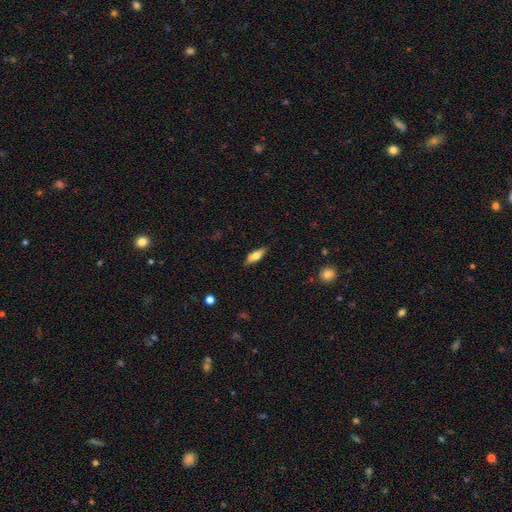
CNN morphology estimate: A smooth galaxy with no disk features (55%) that is in between round and cigar-shaped (50%).

Vote fractions:
- Smooth or featured? smooth: 55% / featured or disk: 38% / star or artifact: 7%
- How rounded? in between: 50% / cigar-shaped: 47% / round: 3%
- Merging? none: 85% / minor disturbance: 11% / major disturbance: 2% / merger: 1%